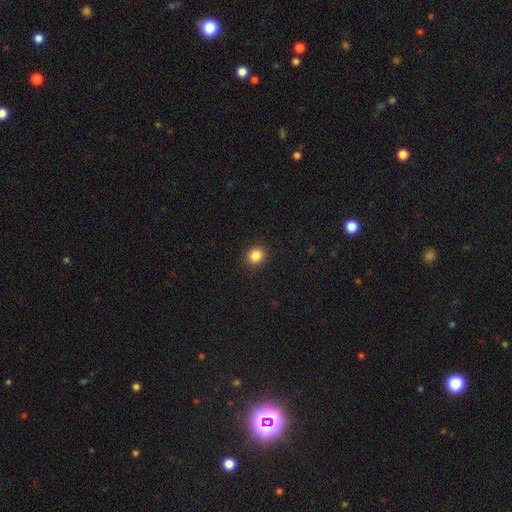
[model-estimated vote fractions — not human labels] Smooth or featured? Predicted: smooth (p=0.86). How rounded? Predicted: round (p=0.79). Merging? Predicted: none (p=0.91).